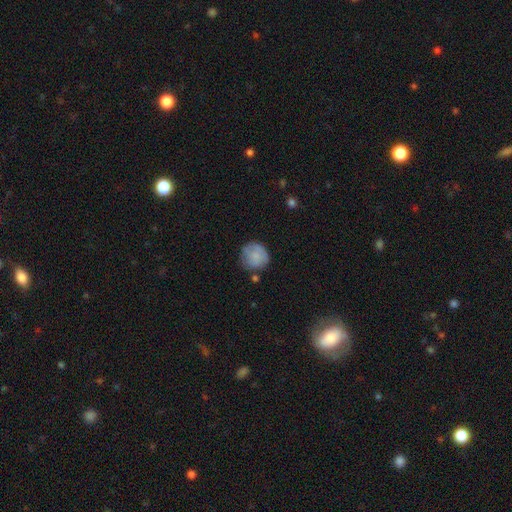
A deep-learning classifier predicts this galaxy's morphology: smooth-or-featured: smooth: 72% | featured or disk: 21% | star or artifact: 7%
  how-rounded: round: 88% | in between: 11% | cigar-shaped: 1%
  merging: none: 65% | minor disturbance: 23% | major disturbance: 7% | merger: 5%